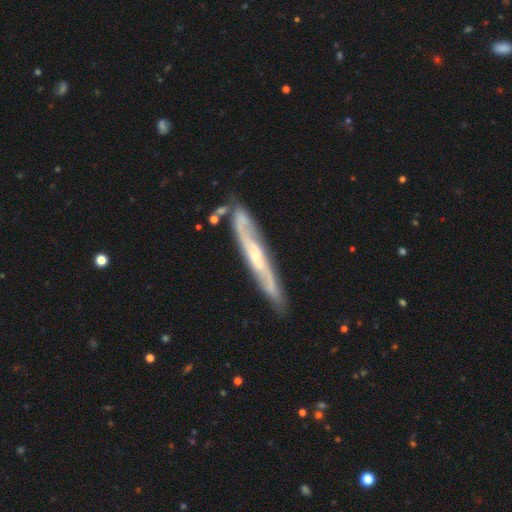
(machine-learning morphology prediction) A featured or disk galaxy (77%) viewed edge-on (62%).

Vote fractions:
- Smooth or featured? featured or disk: 77% / smooth: 17% / star or artifact: 6%
- Edge-on disk? yes: 62% / no: 38%
- Merging? none: 77% / minor disturbance: 16% / merger: 4% / major disturbance: 3%